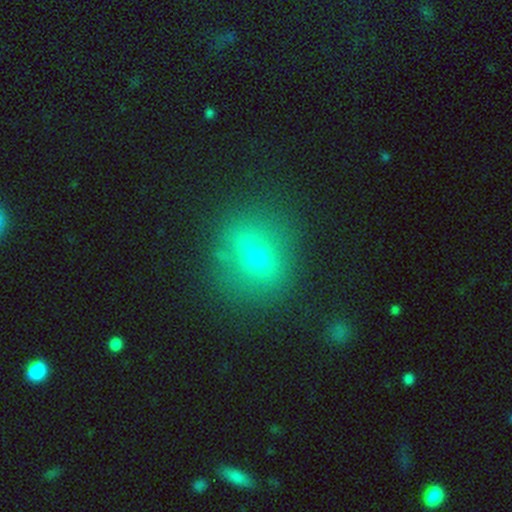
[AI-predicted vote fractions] smooth_or_featured: smooth (p=0.45) [alt: featured or disk p=0.38]
merging: none (p=0.82) [alt: minor disturbance p=0.11]